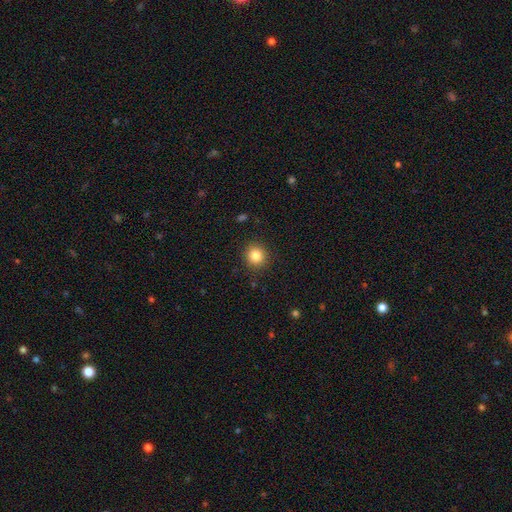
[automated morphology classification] type=smooth (84%); roundness=round (90%); merging=none (90%).